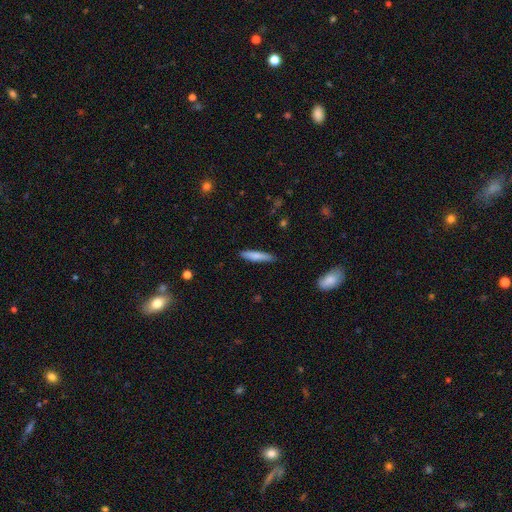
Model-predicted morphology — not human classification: The model was most divided on "smooth or featured": smooth: 77%, featured or disk: 17%, star or artifact: 6%. More confident: how rounded — cigar-shaped (87%); merging — none (87%).